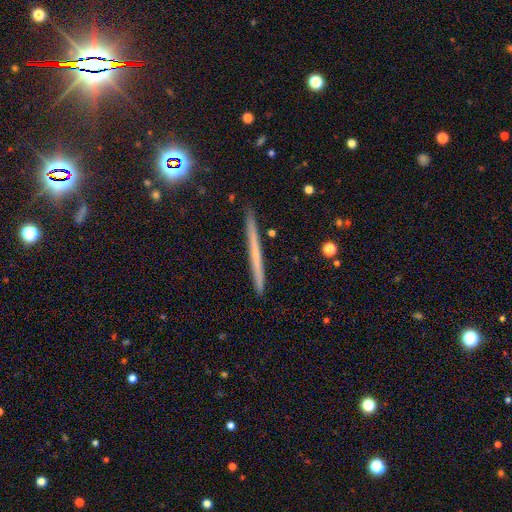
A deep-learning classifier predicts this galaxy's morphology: Q: Smooth or featured?
A: featured or disk (47%); runner-up: smooth (45%)
Q: Merging?
A: none (91%); runner-up: minor disturbance (6%)